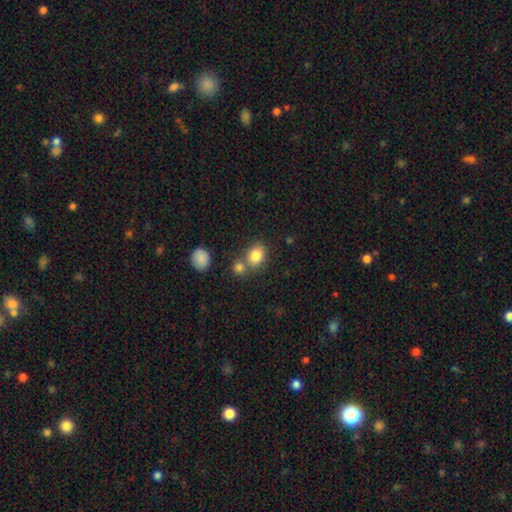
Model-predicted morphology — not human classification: This appears to be a smooth galaxy with no disk features (83%) that is in between round and cigar-shaped (50%). Merging: none (56%).